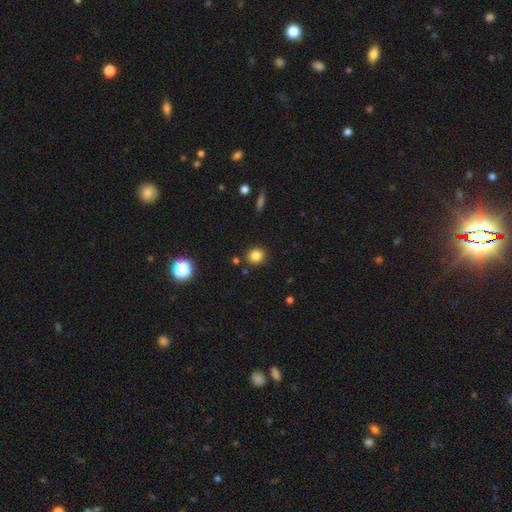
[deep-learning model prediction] Smooth or featured?
  - smooth: 84% *
  - star or artifact: 11%
  - featured or disk: 5%
How rounded?
  - round: 84% *
  - in between: 15%
  - cigar-shaped: 1%
Merging?
  - none: 87% *
  - minor disturbance: 7%
  - merger: 3%
  - major disturbance: 2%